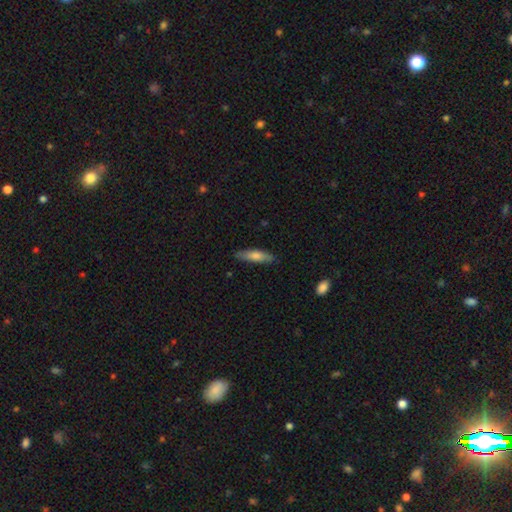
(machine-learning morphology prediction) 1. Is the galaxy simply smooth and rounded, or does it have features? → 70% smooth, 24% featured or disk, 6% star or artifact.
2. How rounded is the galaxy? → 70% cigar-shaped, 29% in between, 2% round.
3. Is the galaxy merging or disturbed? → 84% none, 13% minor disturbance, 2% major disturbance, 1% merger.